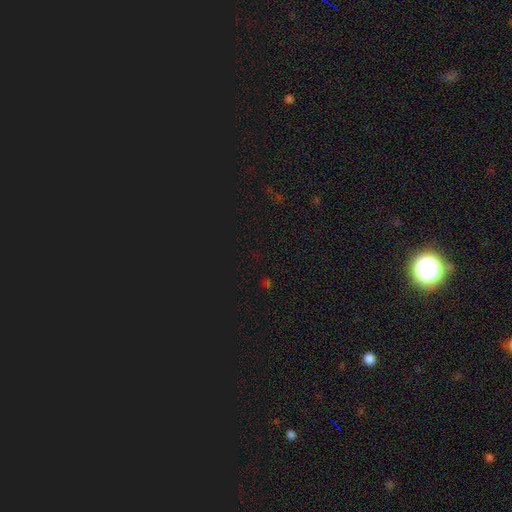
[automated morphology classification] smooth_or_featured: star or artifact (p=0.72) [alt: smooth p=0.22]